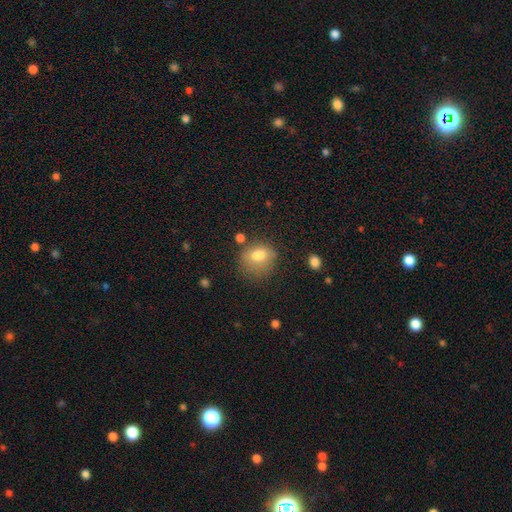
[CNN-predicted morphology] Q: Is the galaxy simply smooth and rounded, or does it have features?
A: smooth — 73%.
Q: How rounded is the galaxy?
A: round — 55%.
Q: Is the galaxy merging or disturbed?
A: none — 51%.